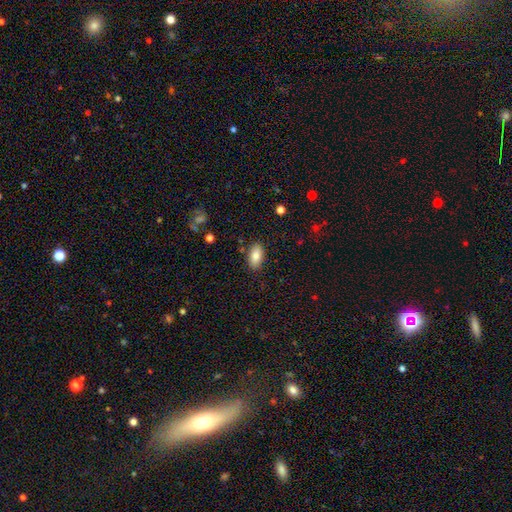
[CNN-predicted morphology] Smooth or featured: smooth — 84% (featured or disk — 9%)
How rounded: in between — 93% (round — 3%)
Merging: none — 86% (minor disturbance — 10%)